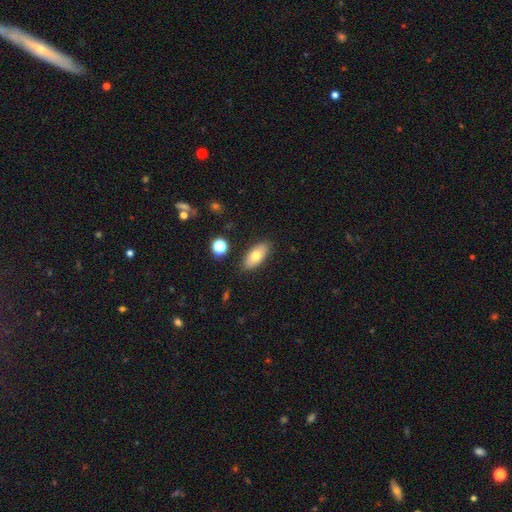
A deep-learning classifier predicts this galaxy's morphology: smooth-or-featured: smooth: 74% | featured or disk: 18% | star or artifact: 8%
  how-rounded: in between: 89% | cigar-shaped: 7% | round: 4%
  merging: none: 86% | minor disturbance: 10% | major disturbance: 2% | merger: 2%